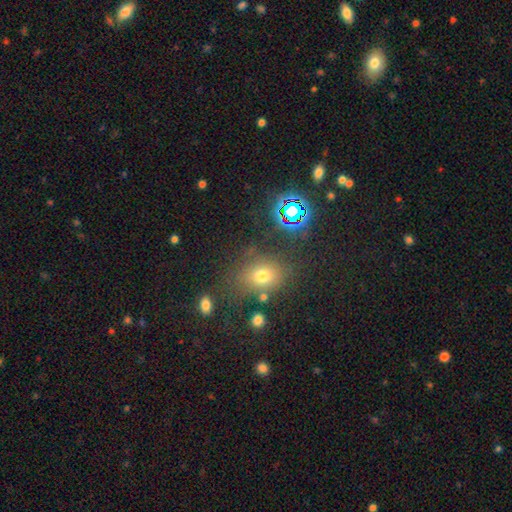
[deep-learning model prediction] A smooth galaxy with no disk features (51%) that is in between round and cigar-shaped (51%). Merging: none (76%).